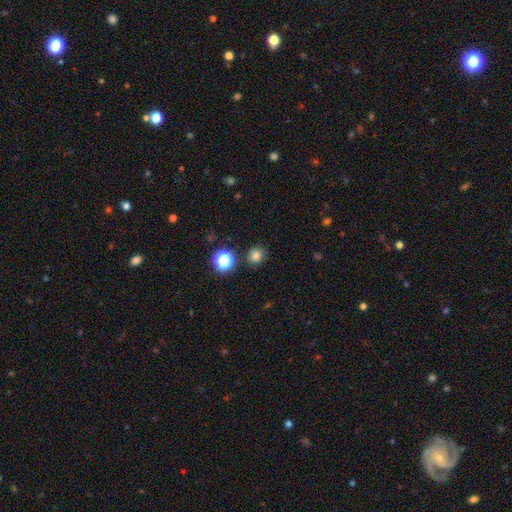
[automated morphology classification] This appears to be a smooth galaxy with no disk features (79%) that is round (84%). Merging: none (84%).